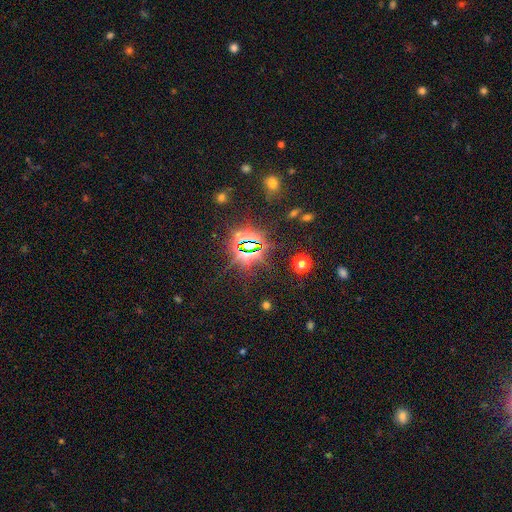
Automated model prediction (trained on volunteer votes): Smooth or featured?
  - star or artifact: 81% *
  - smooth: 11%
  - featured or disk: 9%